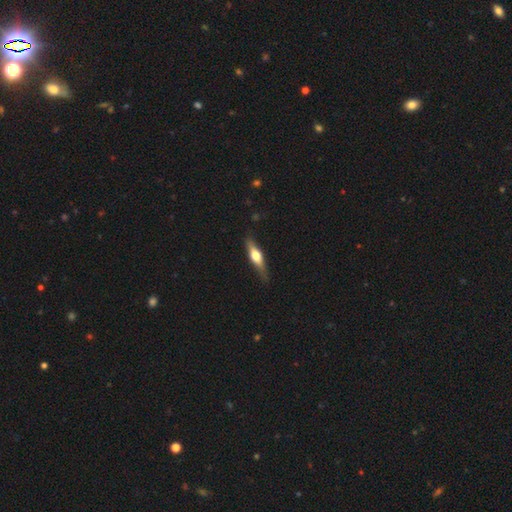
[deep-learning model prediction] This is possibly a featured or disk galaxy (57%). It is clearly viewed edge-on (93%). Edge-on bulge: clearly rounded (93%). Merging: likely none (79%).